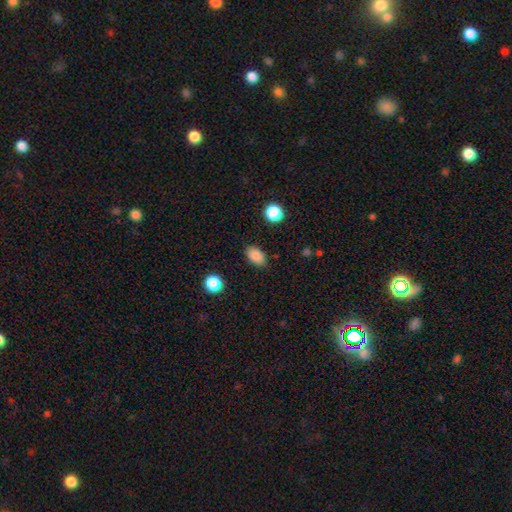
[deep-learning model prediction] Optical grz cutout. It shows a smooth galaxy with no disk features (87%) that is in between round and cigar-shaped (89%). Merging: none (86%).